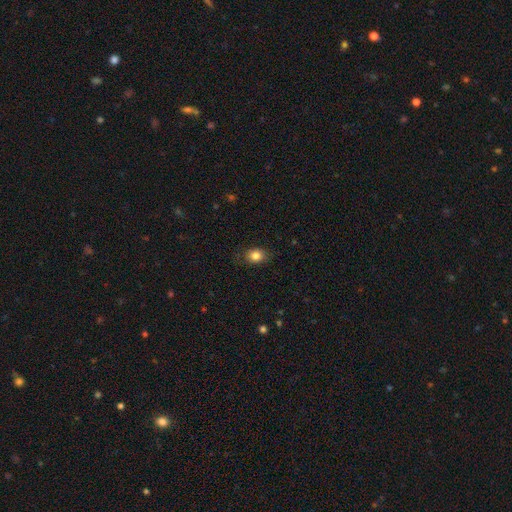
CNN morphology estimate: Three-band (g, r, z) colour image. It shows a smooth galaxy with no disk features (83%) that is in between round and cigar-shaped (54%). Merging: none (83%).